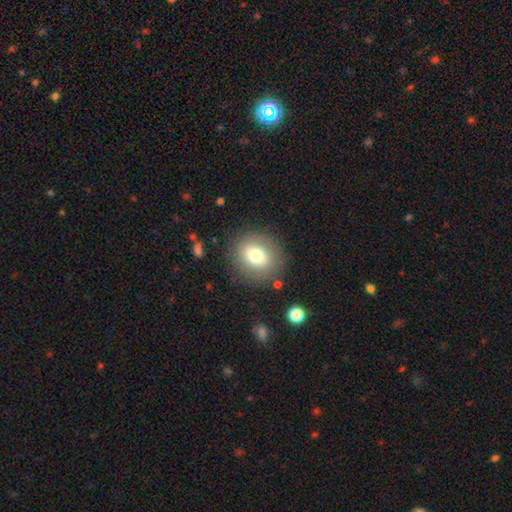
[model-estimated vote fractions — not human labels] smooth-or-featured: smooth: 72% | featured or disk: 18% | star or artifact: 10%
  how-rounded: round: 79% | in between: 20% | cigar-shaped: 1%
  merging: none: 84% | minor disturbance: 10% | major disturbance: 4% | merger: 2%